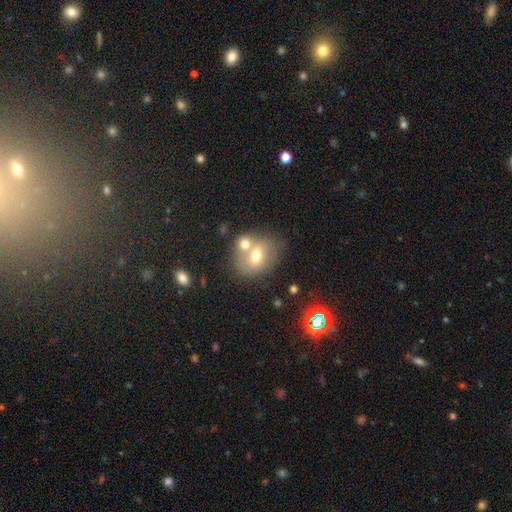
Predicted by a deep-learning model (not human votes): Smooth or featured?
  - smooth: 59% *
  - featured or disk: 31%
  - star or artifact: 10%
How rounded?
  - round: 53% *
  - in between: 46%
  - cigar-shaped: 1%
Merging?
  - none: 42% *
  - merger: 41%
  - minor disturbance: 12%
  - major disturbance: 5%